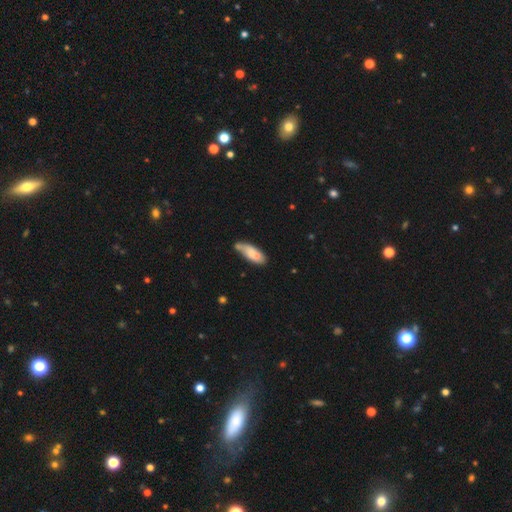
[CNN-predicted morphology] Smooth or featured?
  - smooth: 64% *
  - featured or disk: 21%
  - star or artifact: 15%
How rounded?
  - in between: 71% *
  - cigar-shaped: 26%
  - round: 3%
Merging?
  - none: 61% *
  - minor disturbance: 25%
  - major disturbance: 10%
  - merger: 4%